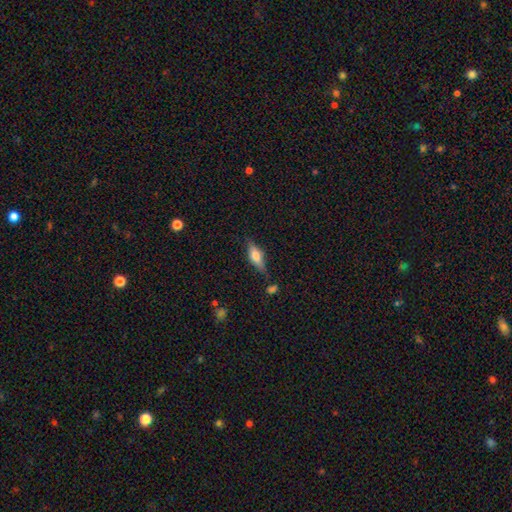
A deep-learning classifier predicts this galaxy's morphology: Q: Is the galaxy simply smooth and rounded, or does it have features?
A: smooth — 58%.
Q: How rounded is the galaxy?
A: in between — 61%.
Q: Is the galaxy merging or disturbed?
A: none — 70%.